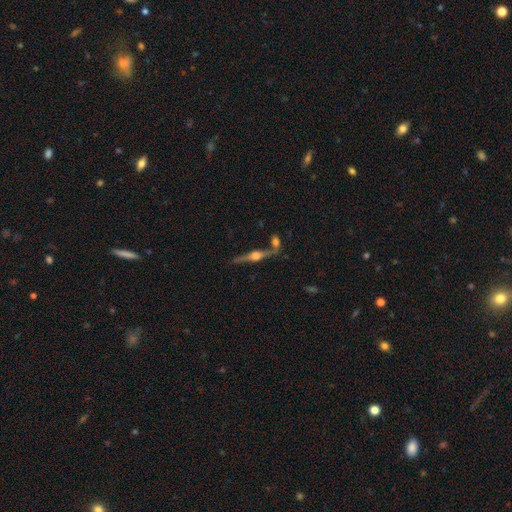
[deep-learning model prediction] Smooth or featured? featured or disk (84%)
Edge-on disk? yes (97%)
Edge-on bulge? rounded (92%)
Merging? none (71%)